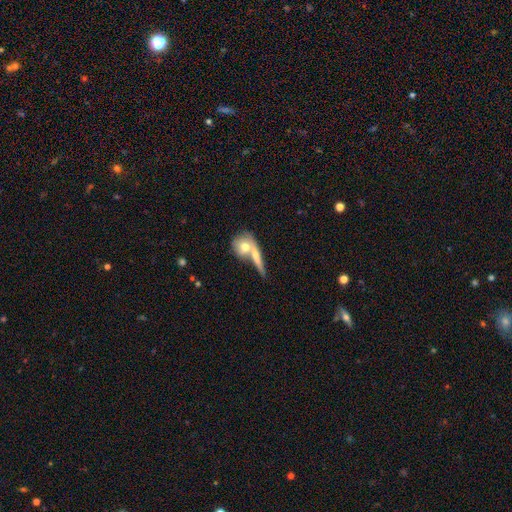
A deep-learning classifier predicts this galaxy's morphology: Overall: smooth (55%; featured or disk 37%). How rounded: round (42%; cigar-shaped 34%). Merging: merger (43%; none 41%).